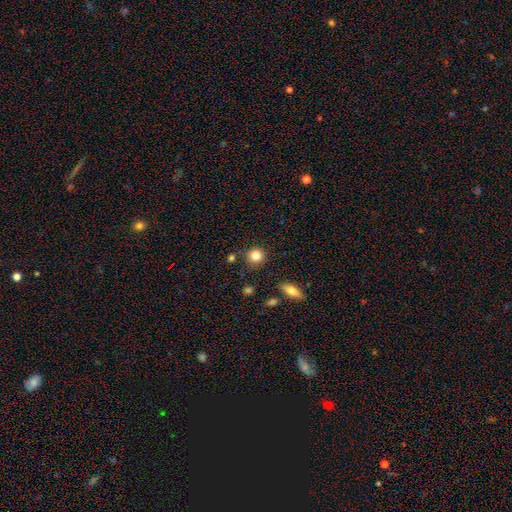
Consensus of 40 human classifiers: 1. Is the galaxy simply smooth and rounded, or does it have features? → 88% smooth, 8% featured or disk, 5% star or artifact.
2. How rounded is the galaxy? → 91% round, 9% in between, 0% cigar-shaped.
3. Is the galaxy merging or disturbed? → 84% none, 11% minor disturbance, 5% major disturbance, 0% merger.